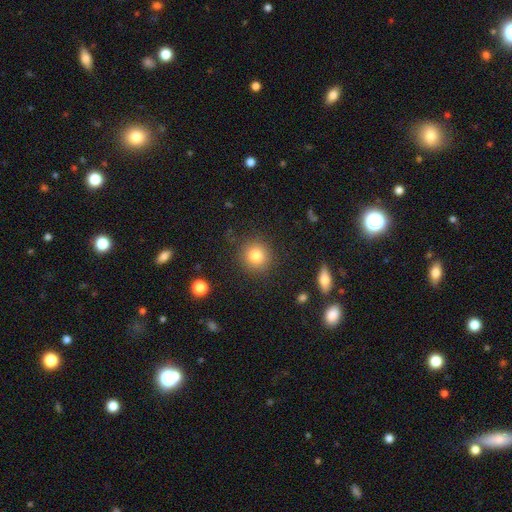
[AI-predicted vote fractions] This appears to be a smooth galaxy with no disk features (81%) that is round (92%). Merging: none (89%).